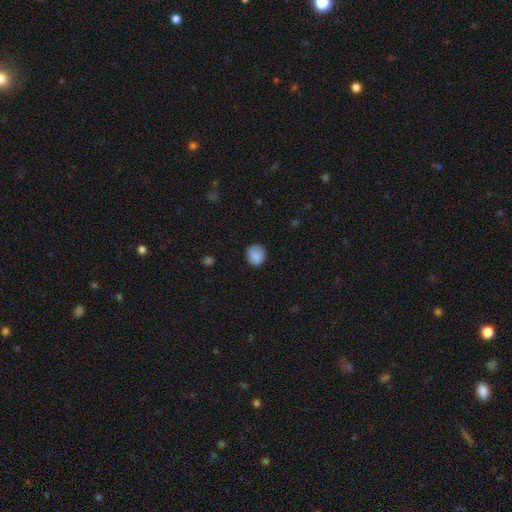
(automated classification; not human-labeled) This appears to be a smooth galaxy with no disk features (88%) that is round (76%). Merging: none (82%).